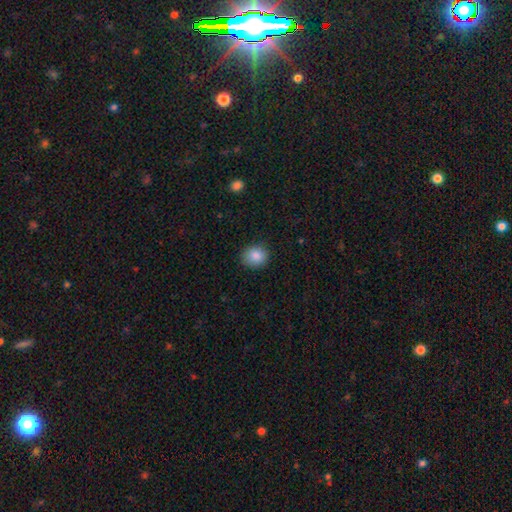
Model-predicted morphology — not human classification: This appears to be a smooth galaxy with no disk features (87%) that is round (71%). Merging: none (85%).